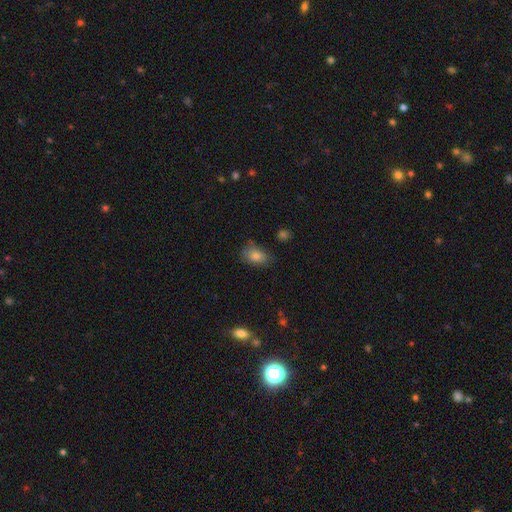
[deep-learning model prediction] Overall: smooth (80%). How rounded: in between (78%). Merging: none (69%).